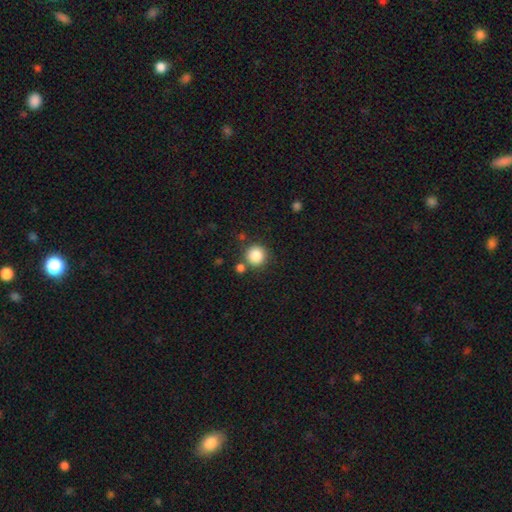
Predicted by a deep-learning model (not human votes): A smooth galaxy with no disk features (85%) that is round (94%).

Vote fractions:
- Smooth or featured? smooth: 85% / star or artifact: 10% / featured or disk: 5%
- How rounded? round: 94% / in between: 5% / cigar-shaped: 1%
- Merging? none: 80% / merger: 9% / minor disturbance: 8% / major disturbance: 3%